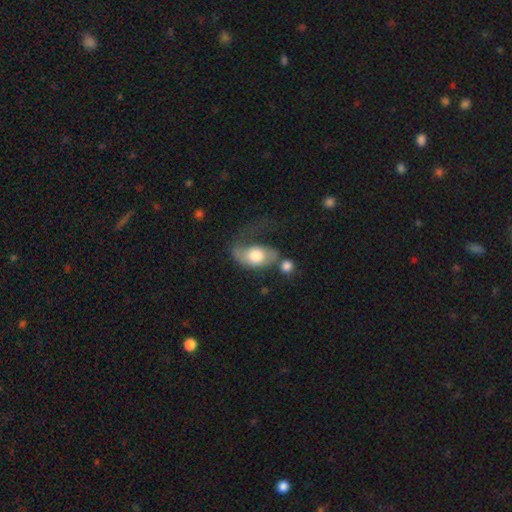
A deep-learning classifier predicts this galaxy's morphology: Overall: smooth (54%; featured or disk 39%). How rounded: in between (82%). Merging: major disturbance (43%; none 22%).